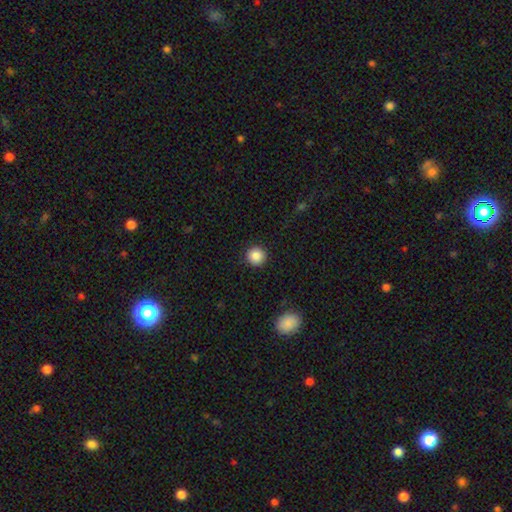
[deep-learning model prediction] smooth_or_featured: smooth (p=0.87) [alt: star or artifact p=0.09]
how_rounded: round (p=0.95) [alt: in between p=0.04]
merging: none (p=0.92) [alt: minor disturbance p=0.05]